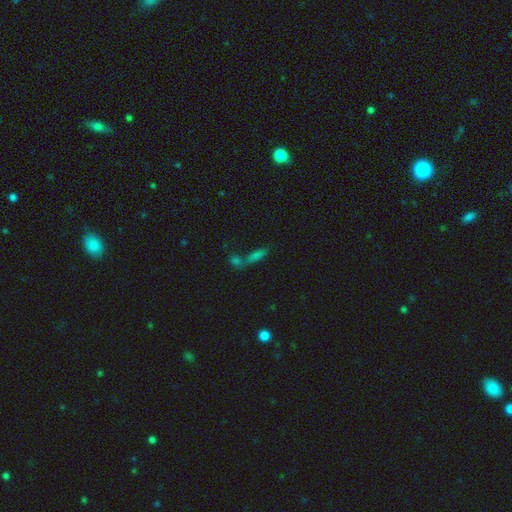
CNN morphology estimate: smooth_or_featured: smooth (p=0.57) [alt: star or artifact p=0.26]
how_rounded: cigar-shaped (p=0.55) [alt: in between p=0.37]
merging: merger (p=0.42) [tied with: none p=0.42]